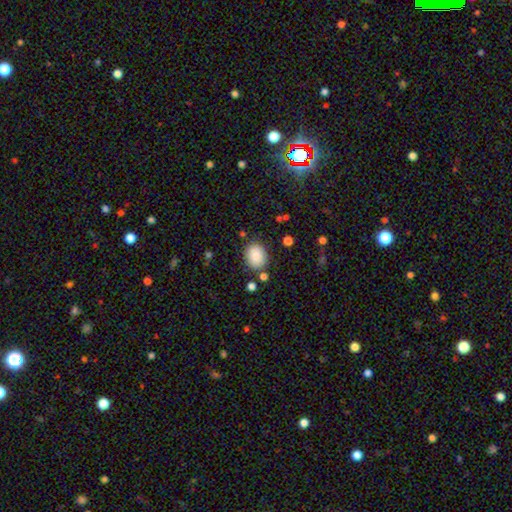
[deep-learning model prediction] Smooth or featured?
  - smooth: 88% *
  - star or artifact: 8%
  - featured or disk: 4%
How rounded?
  - in between: 58% *
  - round: 41%
  - cigar-shaped: 1%
Merging?
  - none: 80% *
  - minor disturbance: 12%
  - major disturbance: 4%
  - merger: 4%